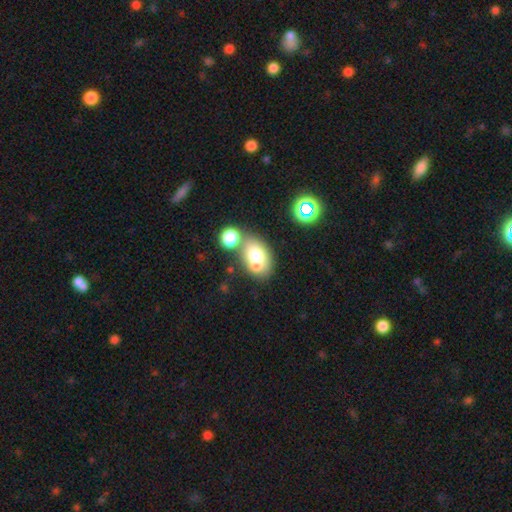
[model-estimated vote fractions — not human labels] The model was most divided on "merging": merger: 44%, none: 39%, minor disturbance: 12%, major disturbance: 5%. More confident: how rounded — in between (76%); smooth or featured — smooth (68%).